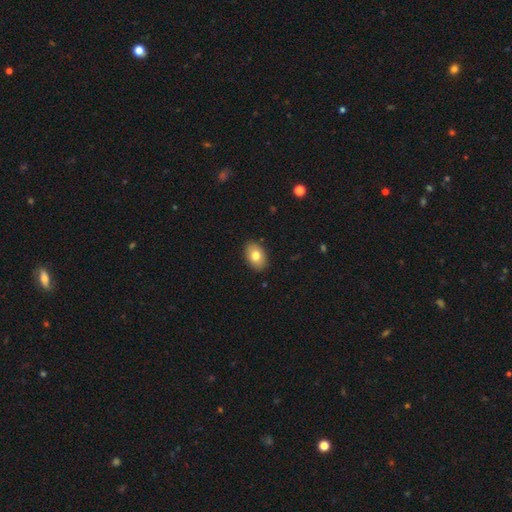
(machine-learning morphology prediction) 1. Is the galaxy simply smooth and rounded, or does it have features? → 78% smooth, 14% featured or disk, 8% star or artifact.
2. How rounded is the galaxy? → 84% in between, 15% round, 1% cigar-shaped.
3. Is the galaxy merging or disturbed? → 89% none, 8% minor disturbance, 2% major disturbance, 1% merger.